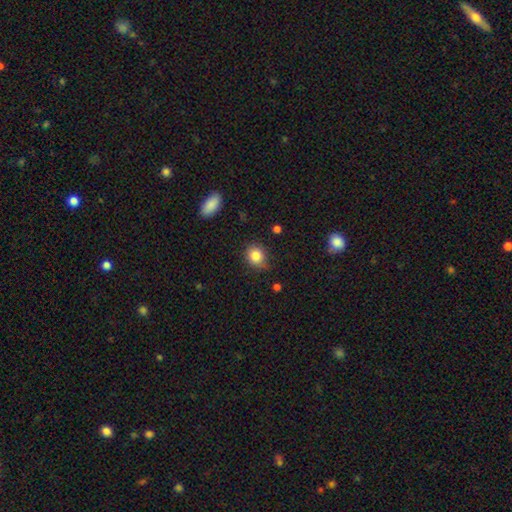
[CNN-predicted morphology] Smooth or featured? Predicted: smooth (p=0.85). How rounded? Predicted: round (p=0.65). Merging? Predicted: none (p=0.75).